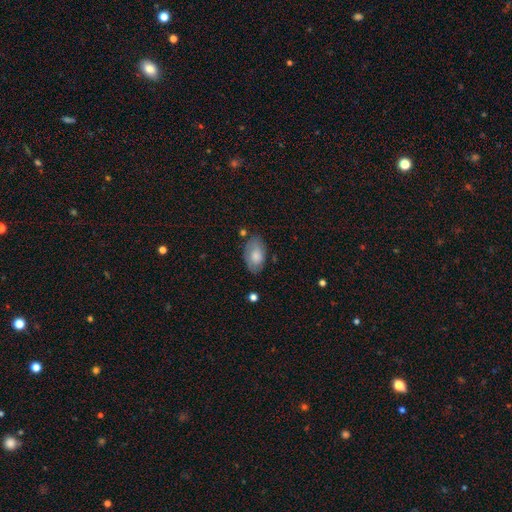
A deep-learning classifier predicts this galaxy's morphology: smooth 74%, featured or disk 19%, star or artifact 7%. Down the decision tree: how rounded — in between (93%); merging — none (73%).